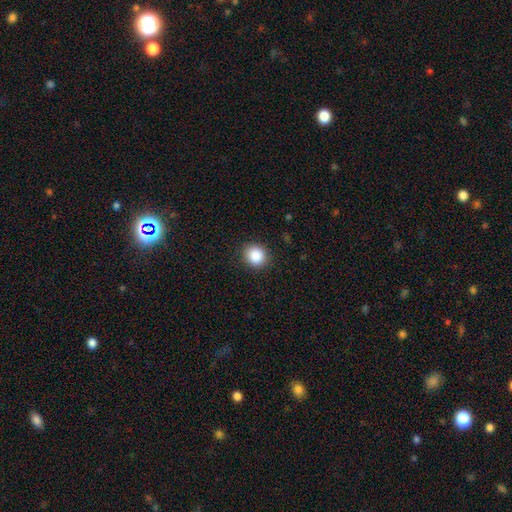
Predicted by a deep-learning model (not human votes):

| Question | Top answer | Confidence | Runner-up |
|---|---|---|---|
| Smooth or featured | smooth | 88% | star or artifact (9%) |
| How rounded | round | 81% | in between (18%) |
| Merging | none | 89% | minor disturbance (8%) |